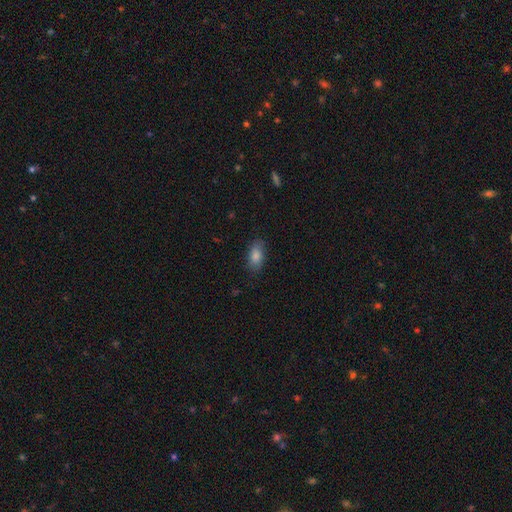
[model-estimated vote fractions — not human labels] smooth 81%, featured or disk 10%, star or artifact 9%. Down the decision tree: how rounded — in between (87%); merging — none (83%).